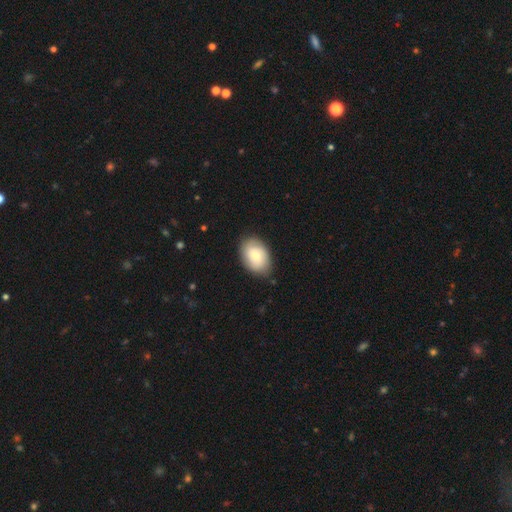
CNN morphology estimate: smooth-or-featured: smooth: 62% | featured or disk: 32% | star or artifact: 6%
  how-rounded: in between: 81% | round: 18% | cigar-shaped: 1%
  merging: none: 81% | minor disturbance: 15% | major disturbance: 3% | merger: 1%